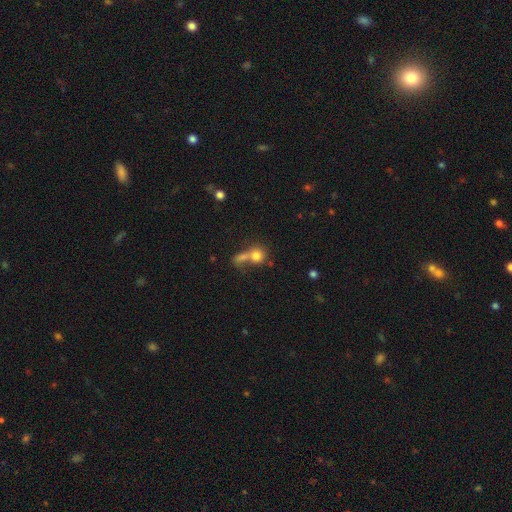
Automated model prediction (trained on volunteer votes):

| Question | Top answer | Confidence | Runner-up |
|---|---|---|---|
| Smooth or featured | smooth | 70% | star or artifact (15%) |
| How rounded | round | 78% | in between (19%) |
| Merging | merger | 48% | none (35%) |